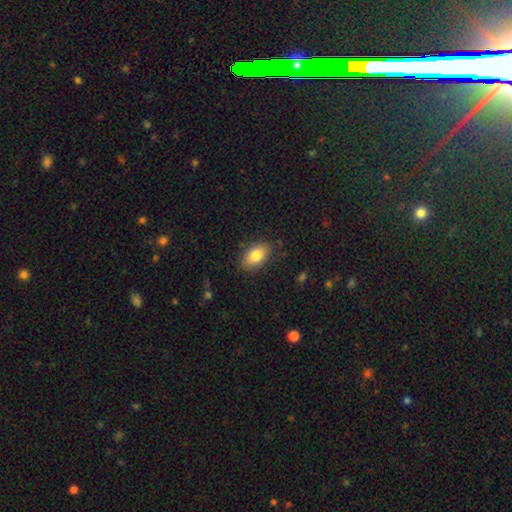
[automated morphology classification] type=smooth (83%); roundness=in between (91%); merging=none (84%).